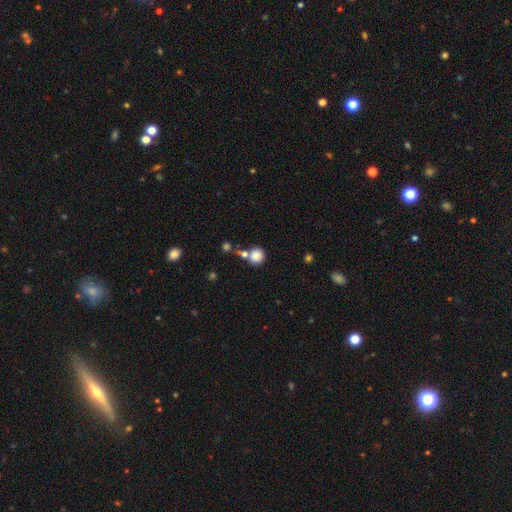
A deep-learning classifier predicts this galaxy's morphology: type=smooth (83%); roundness=round (88%); merging=none (58%).